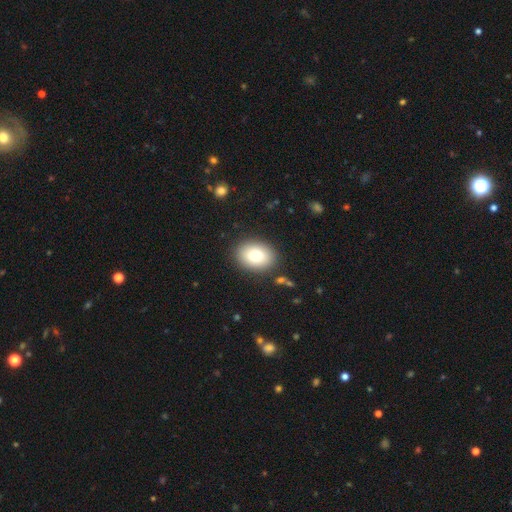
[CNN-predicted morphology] Smooth or featured: smooth — 81% (featured or disk — 11%)
How rounded: in between — 70% (round — 29%)
Merging: none — 87% (minor disturbance — 8%)